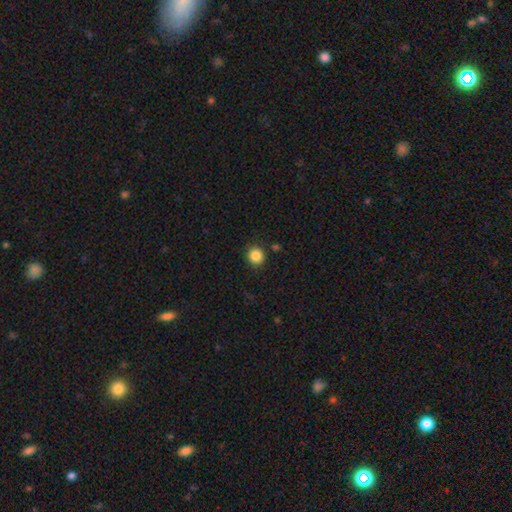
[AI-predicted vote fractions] Smooth or featured?
  - smooth: 86% *
  - star or artifact: 11%
  - featured or disk: 4%
How rounded?
  - round: 92% *
  - in between: 7%
  - cigar-shaped: 1%
Merging?
  - none: 89% *
  - minor disturbance: 7%
  - major disturbance: 2%
  - merger: 2%